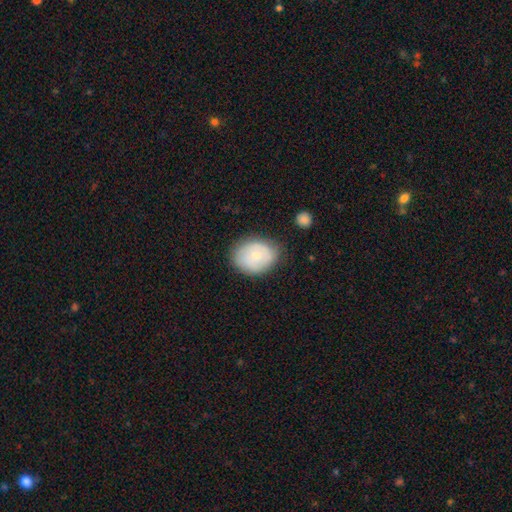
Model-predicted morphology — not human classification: A smooth galaxy with no disk features (61%) that is in between round and cigar-shaped (56%).

Vote fractions:
- Smooth or featured? smooth: 61% / featured or disk: 33% / star or artifact: 7%
- How rounded? in between: 56% / round: 43% / cigar-shaped: 1%
- Merging? none: 74% / minor disturbance: 20% / major disturbance: 5% / merger: 2%